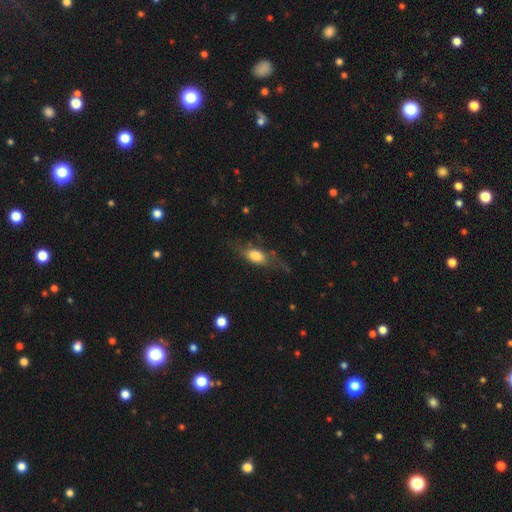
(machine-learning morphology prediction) smooth_or_featured: smooth (p=0.64) [alt: featured or disk p=0.28]
how_rounded: in between (p=0.77) [alt: cigar-shaped p=0.17]
merging: none (p=0.54) [alt: minor disturbance p=0.25]